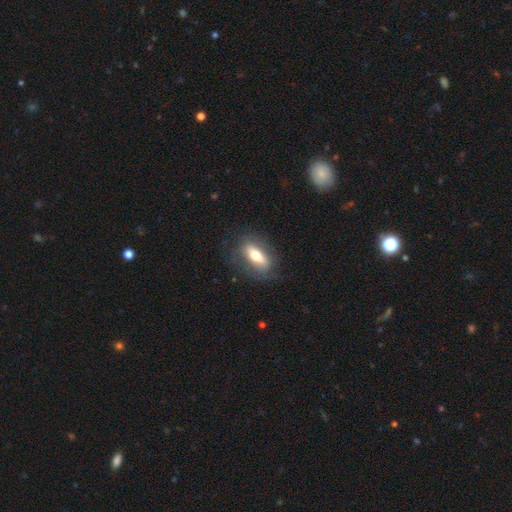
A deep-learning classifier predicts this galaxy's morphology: The model was most divided on "smooth or featured": smooth: 54%, featured or disk: 39%, star or artifact: 7%. More confident: merging — none (77%); how rounded — in between (67%).